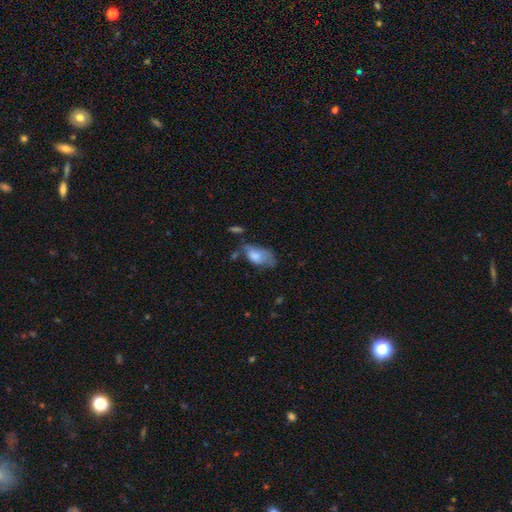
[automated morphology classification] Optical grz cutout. It shows a smooth galaxy with no disk features (73%) that is in between round and cigar-shaped (91%). Merging: minor disturbance (35%).